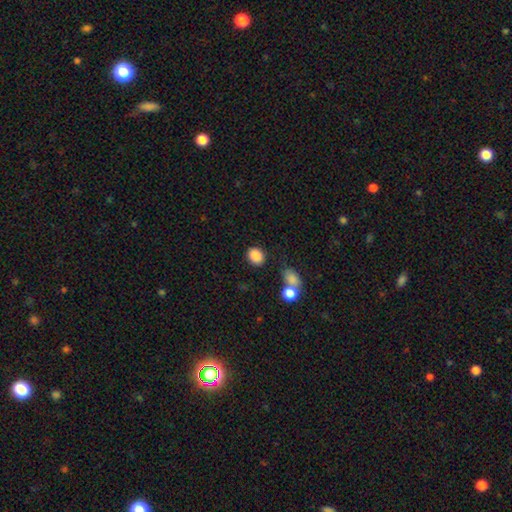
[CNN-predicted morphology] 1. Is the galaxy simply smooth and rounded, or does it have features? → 87% smooth, 9% star or artifact, 4% featured or disk.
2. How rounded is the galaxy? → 52% in between, 46% round, 1% cigar-shaped.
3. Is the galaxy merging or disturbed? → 79% none, 11% minor disturbance, 6% merger, 4% major disturbance.